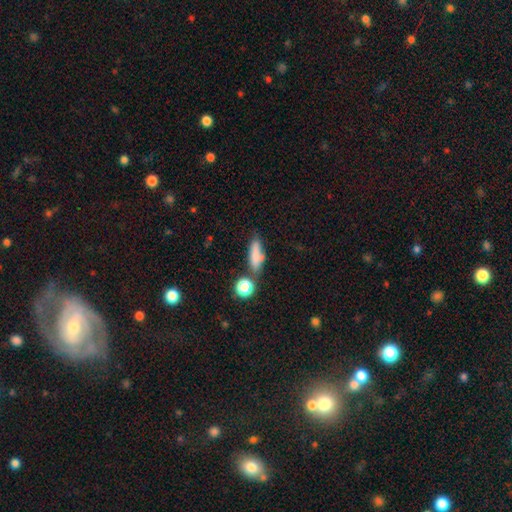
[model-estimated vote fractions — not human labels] A smooth galaxy with no disk features (74%) that is cigar-shaped (49%). Merging: none (61%).